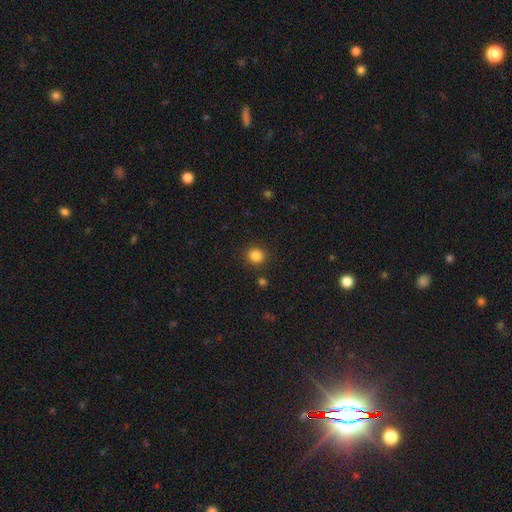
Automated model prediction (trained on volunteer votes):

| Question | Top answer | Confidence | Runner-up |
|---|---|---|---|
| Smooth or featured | smooth | 85% | star or artifact (12%) |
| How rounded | round | 88% | in between (11%) |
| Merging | none | 89% | minor disturbance (6%) |